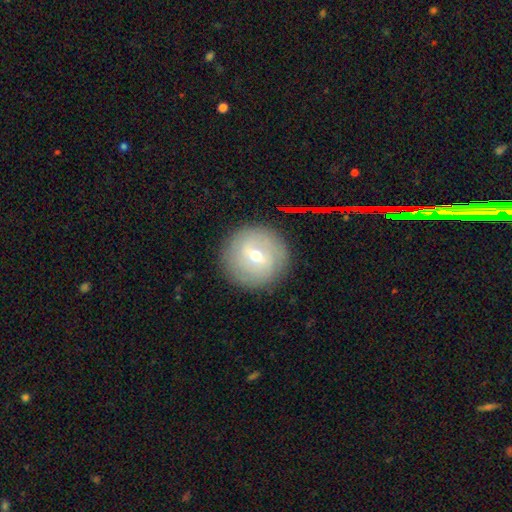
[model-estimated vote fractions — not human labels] Morphology: type=featured or disk (51%); edge-on=no (94%); merging=none (87%).